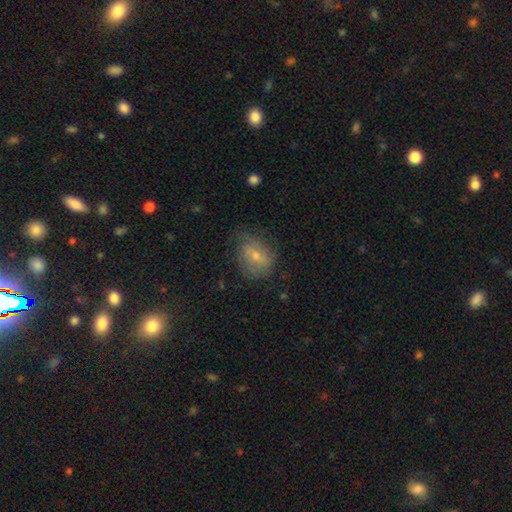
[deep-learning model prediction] This appears to be a smooth galaxy with no disk features (53%) that is in between round and cigar-shaped (59%). Merging: none (61%).